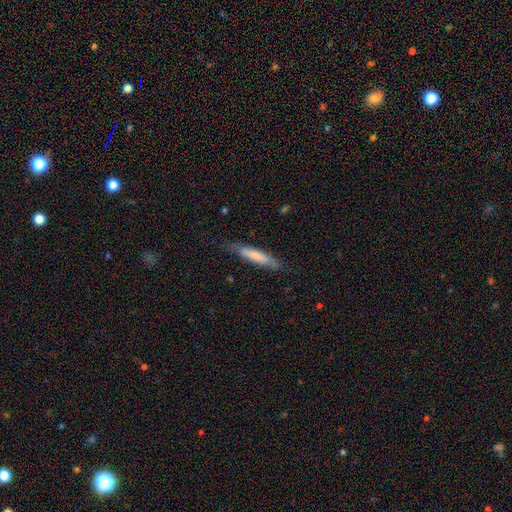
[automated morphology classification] Smooth or featured: smooth — 65% (featured or disk — 30%)
How rounded: cigar-shaped — 89% (in between — 10%)
Merging: none — 76% (minor disturbance — 18%)